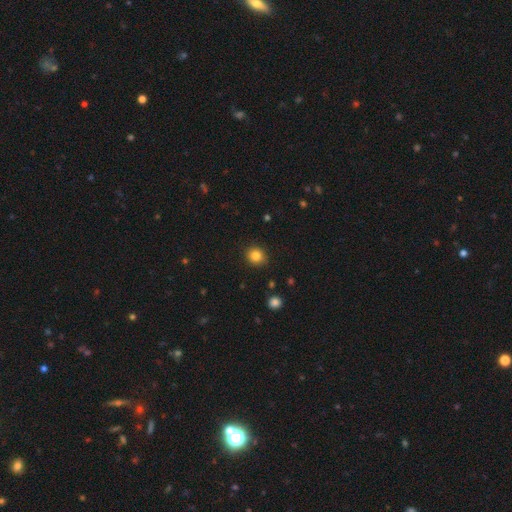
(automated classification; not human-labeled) The model was most divided on "how rounded": round: 84%, in between: 15%, cigar-shaped: 1%. More confident: merging — none (89%); smooth or featured — smooth (84%).